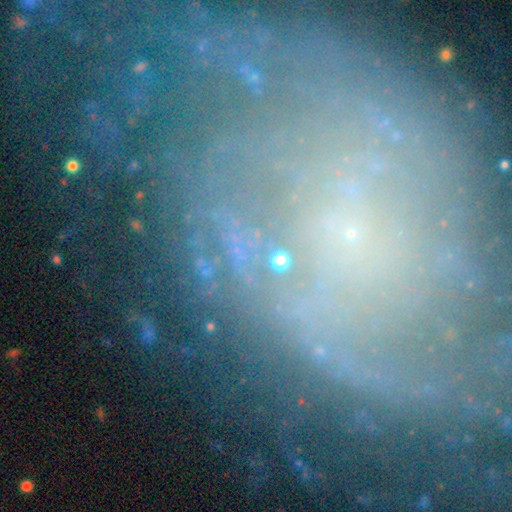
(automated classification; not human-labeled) This is possibly a star or artifact rather than a galaxy (54%).